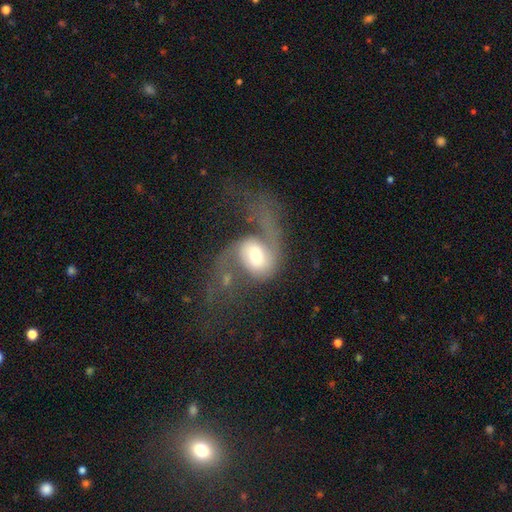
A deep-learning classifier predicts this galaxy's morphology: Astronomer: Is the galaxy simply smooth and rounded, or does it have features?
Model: featured or disk — 73%.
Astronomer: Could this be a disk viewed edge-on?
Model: no — 97%.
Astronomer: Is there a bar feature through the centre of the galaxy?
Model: no — 50% (runner-up: weak, 36%).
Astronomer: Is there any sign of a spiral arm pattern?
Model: yes — 88%.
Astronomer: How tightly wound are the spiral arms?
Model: loose — 68%.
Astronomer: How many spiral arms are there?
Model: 2 — 70%.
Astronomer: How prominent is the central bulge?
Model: moderate — 57%.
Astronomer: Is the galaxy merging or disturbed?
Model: major disturbance — 48% (runner-up: none, 28%).